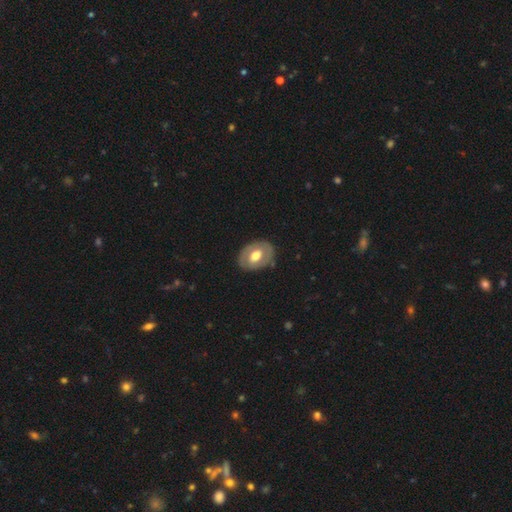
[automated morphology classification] Q: Smooth or featured?
A: featured or disk (50%); runner-up: smooth (45%)
Q: Edge-on disk?
A: no (93%); runner-up: yes (7%)
Q: Merging?
A: none (81%); runner-up: minor disturbance (13%)